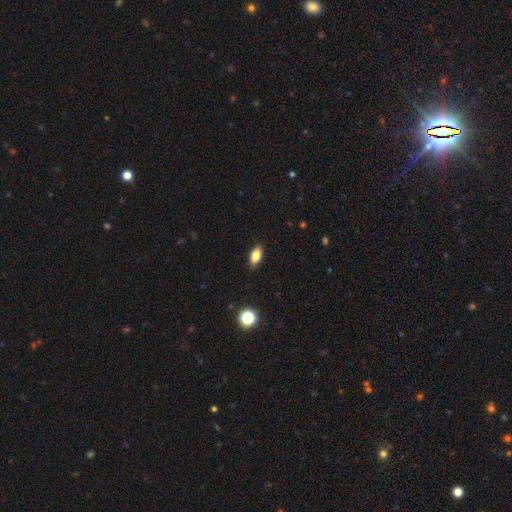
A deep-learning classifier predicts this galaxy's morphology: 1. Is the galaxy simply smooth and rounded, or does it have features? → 83% smooth, 9% star or artifact, 8% featured or disk.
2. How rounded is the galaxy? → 88% in between, 6% cigar-shaped, 6% round.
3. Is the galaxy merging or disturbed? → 88% none, 9% minor disturbance, 2% major disturbance, 1% merger.